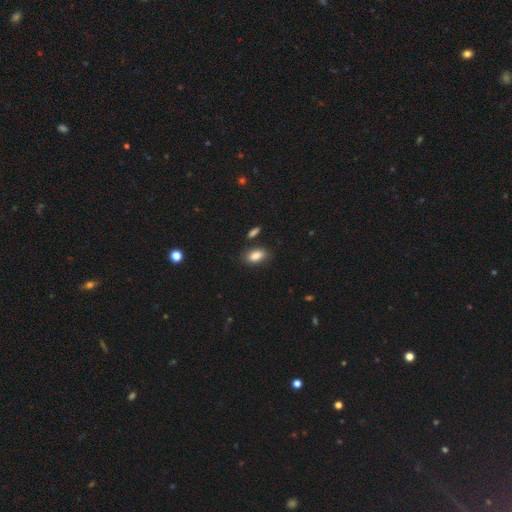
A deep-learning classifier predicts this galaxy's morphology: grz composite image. It shows a smooth galaxy with no disk features (86%) that is in between round and cigar-shaped (89%). Merging: none (81%).